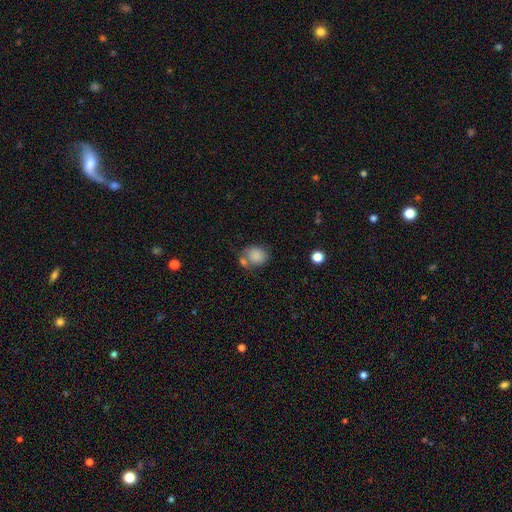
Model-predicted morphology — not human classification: This appears to be a smooth galaxy with no disk features (84%) that is round (63%). Merging: none (50%).